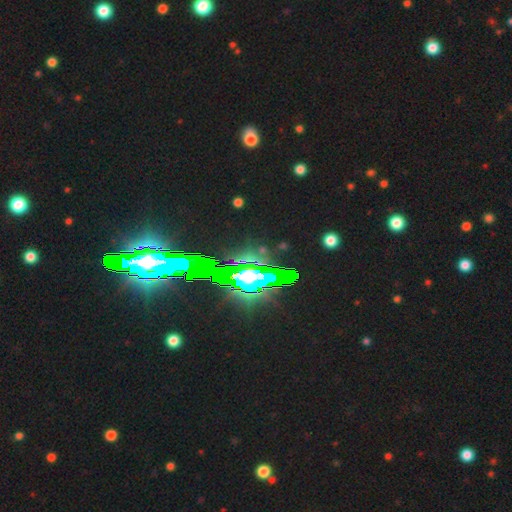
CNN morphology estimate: This is likely a star or artifact rather than a galaxy (80%).